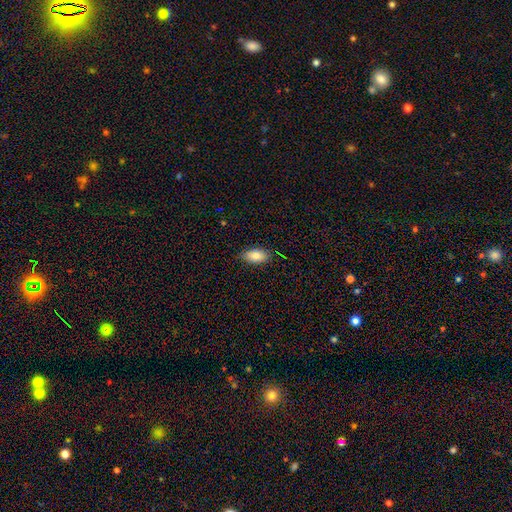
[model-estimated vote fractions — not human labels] Q: Smooth or featured?
A: smooth (80%); runner-up: featured or disk (12%)
Q: How rounded?
A: in between (91%); runner-up: cigar-shaped (5%)
Q: Merging?
A: none (83%); runner-up: minor disturbance (14%)